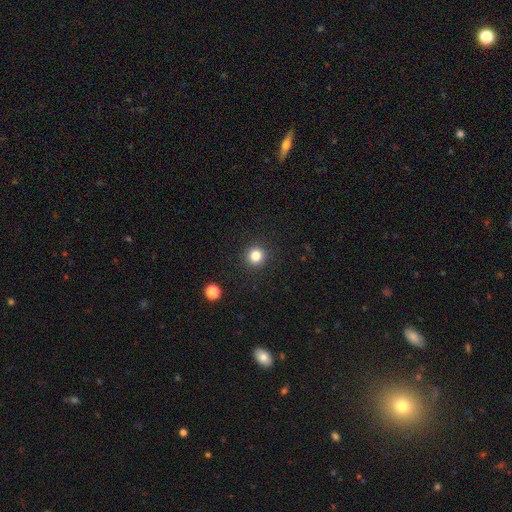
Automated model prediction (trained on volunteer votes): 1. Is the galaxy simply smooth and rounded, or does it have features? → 82% smooth, 13% star or artifact, 5% featured or disk.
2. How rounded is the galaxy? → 94% round, 5% in between, 1% cigar-shaped.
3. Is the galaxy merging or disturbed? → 92% none, 5% minor disturbance, 2% major disturbance, 1% merger.